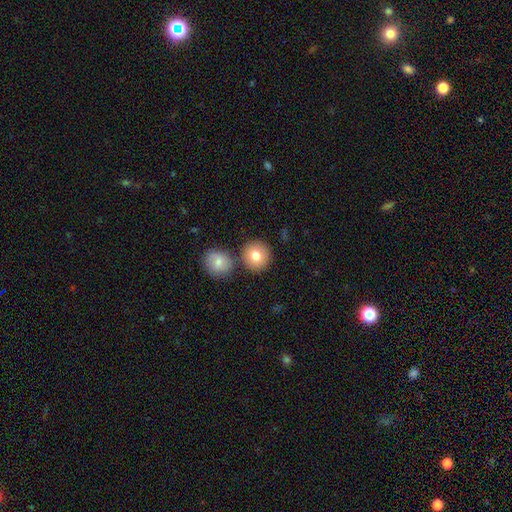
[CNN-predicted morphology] type=smooth (81%); roundness=round (93%); merging=none (77%).